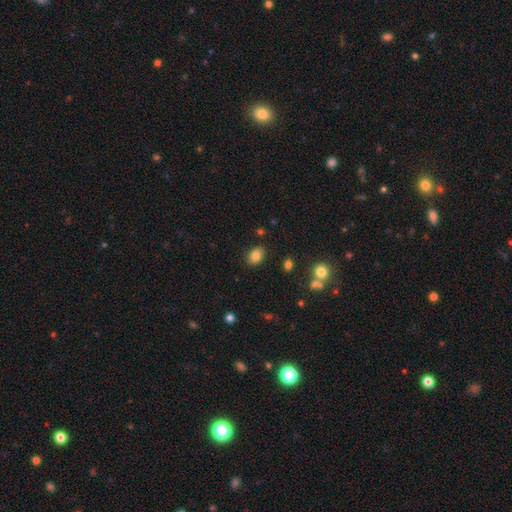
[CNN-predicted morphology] type=smooth (83%); roundness=in between (78%); merging=none (84%).